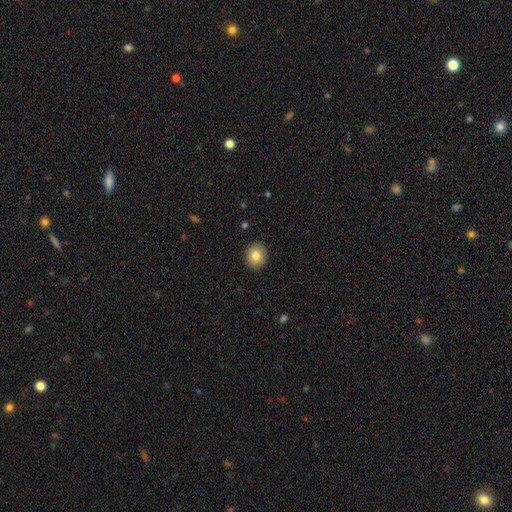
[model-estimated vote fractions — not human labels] Morphology: type=smooth (82%); roundness=round (66%); merging=none (91%).